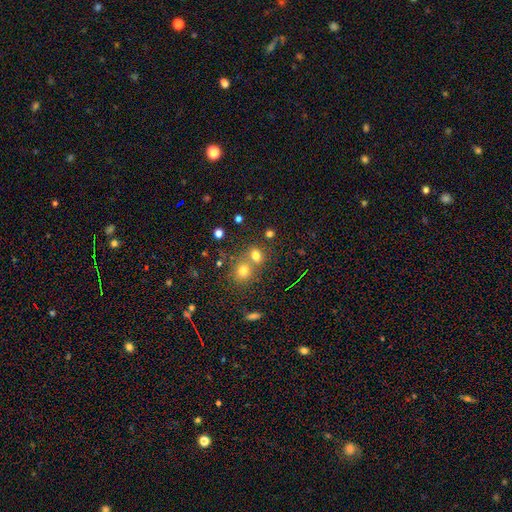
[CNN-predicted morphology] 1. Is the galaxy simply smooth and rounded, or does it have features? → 72% smooth, 18% star or artifact, 10% featured or disk.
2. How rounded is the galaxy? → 63% round, 35% in between, 1% cigar-shaped.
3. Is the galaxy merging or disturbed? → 45% none, 44% merger, 7% minor disturbance, 3% major disturbance.